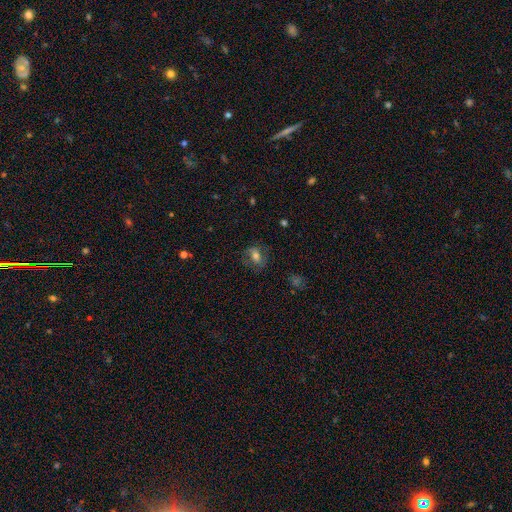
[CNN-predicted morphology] Smooth or featured? Predicted: smooth (p=0.60). How rounded? Predicted: in between (p=0.63). Merging? Predicted: none (p=0.70).